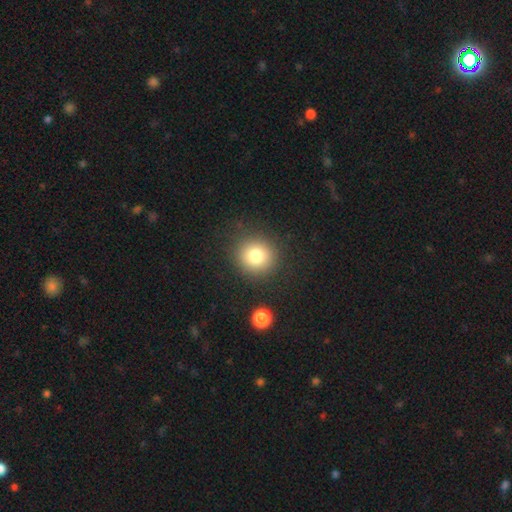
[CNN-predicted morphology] This is likely a smooth galaxy (78%). How rounded: clearly round (92%). Merging: clearly none (89%).